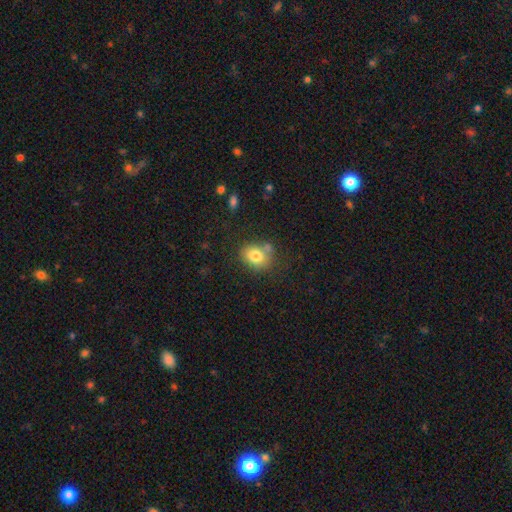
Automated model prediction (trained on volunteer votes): Smooth or featured? Predicted: smooth (p=0.80). How rounded? Predicted: in between (p=0.50). Merging? Predicted: none (p=0.68).